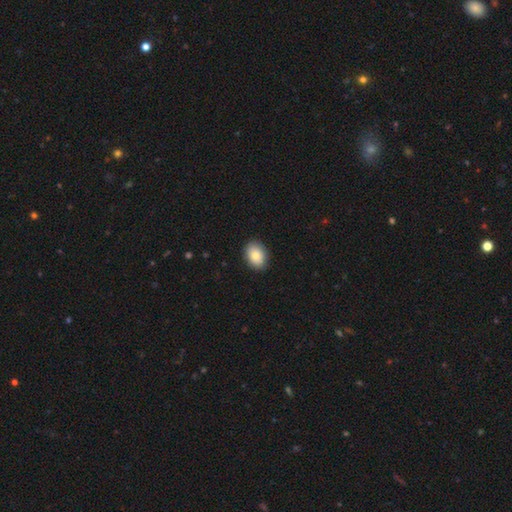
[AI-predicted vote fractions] Morphology: type=smooth (84%); roundness=in between (74%); merging=none (87%).